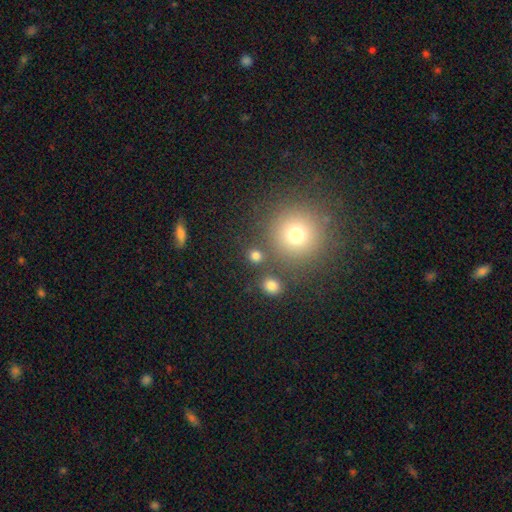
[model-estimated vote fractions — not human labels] A smooth galaxy with no disk features (77%) that is round (86%).

Vote fractions:
- Smooth or featured? smooth: 77% / star or artifact: 18% / featured or disk: 6%
- How rounded? round: 86% / in between: 13% / cigar-shaped: 1%
- Merging? none: 81% / merger: 9% / minor disturbance: 7% / major disturbance: 4%